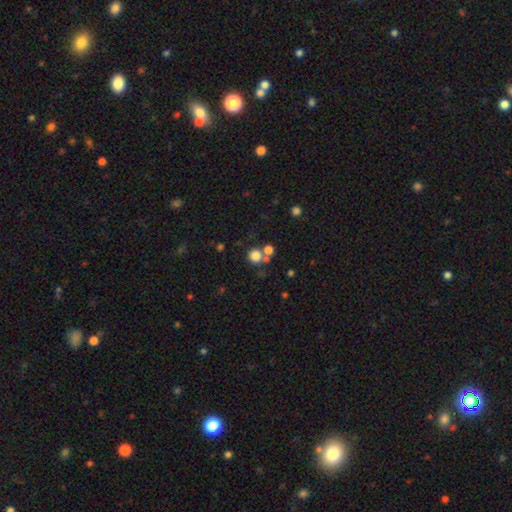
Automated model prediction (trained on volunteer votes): Smooth or featured? smooth (78%)
How rounded? round (89%)
Merging? none (62%)